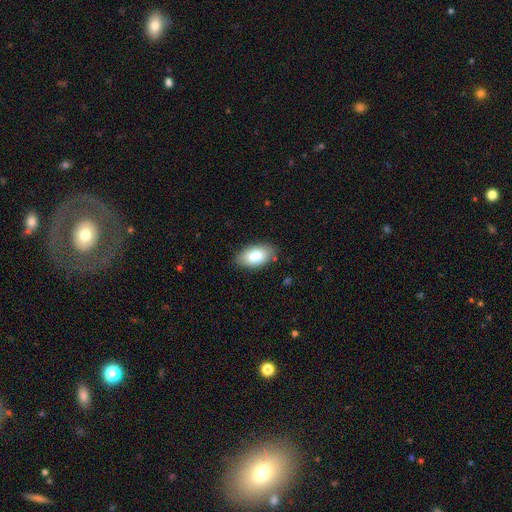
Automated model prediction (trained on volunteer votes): A smooth galaxy with no disk features (80%) that is in between round and cigar-shaped (94%).

Vote fractions:
- Smooth or featured? smooth: 80% / featured or disk: 13% / star or artifact: 7%
- How rounded? in between: 94% / round: 5% / cigar-shaped: 2%
- Merging? none: 84% / minor disturbance: 12% / major disturbance: 3% / merger: 1%